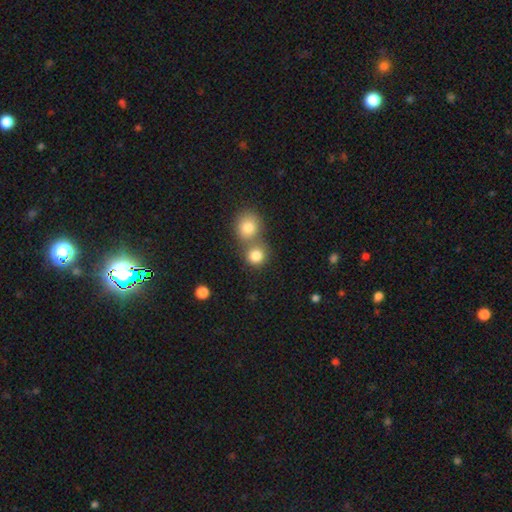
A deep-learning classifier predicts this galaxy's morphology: This is clearly a smooth galaxy (83%). How rounded: clearly round (87%). Merging: possibly none (47%).